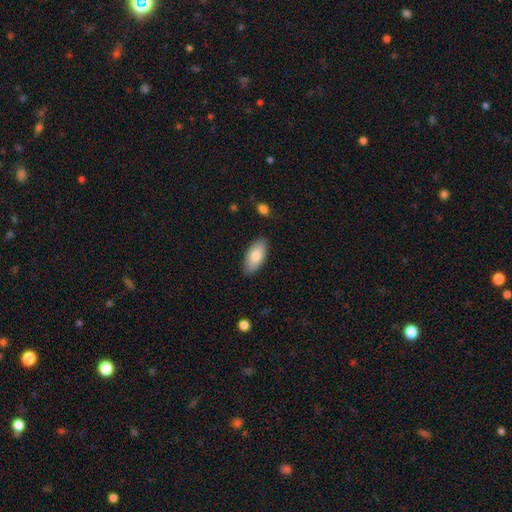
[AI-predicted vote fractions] Overall: smooth (81%). How rounded: in between (92%). Merging: none (86%).